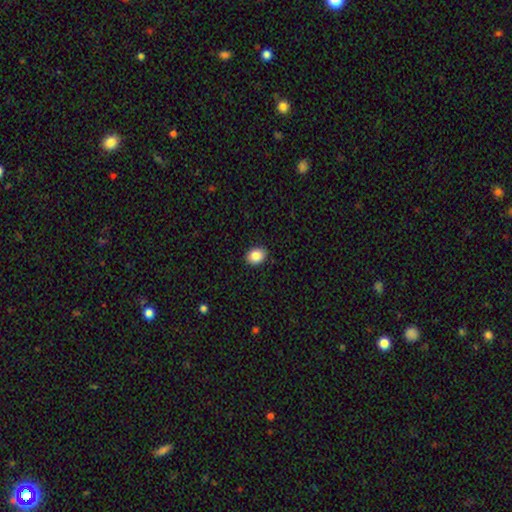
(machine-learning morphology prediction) smooth_or_featured: smooth (p=0.87) [alt: star or artifact p=0.08]
how_rounded: in between (p=0.60) [alt: round p=0.39]
merging: none (p=0.90) [alt: minor disturbance p=0.07]